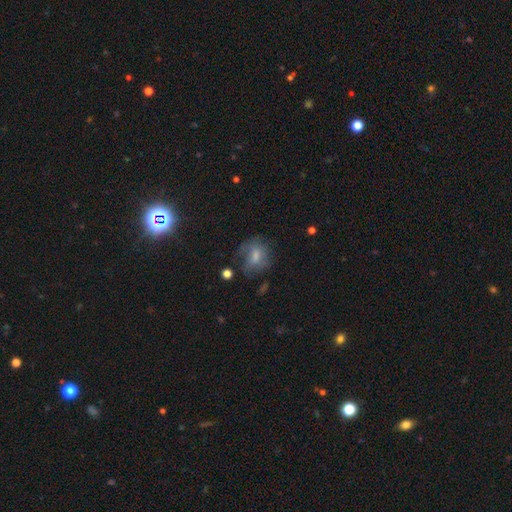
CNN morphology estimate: Smooth or featured: smooth — 62% (featured or disk — 27%)
How rounded: round — 49% (tied with in between — 49%)
Merging: none — 47% (minor disturbance — 26%)